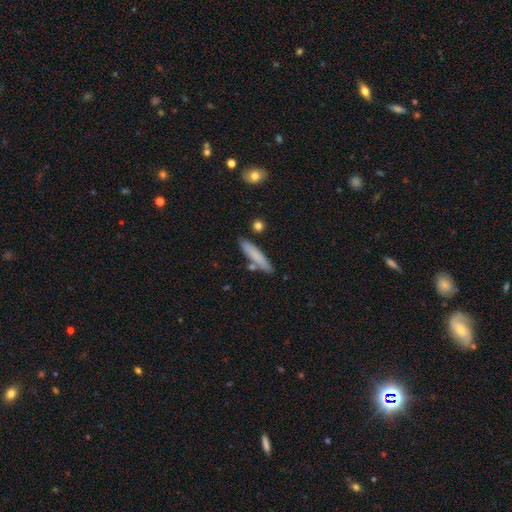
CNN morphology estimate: This appears to be a smooth galaxy with no disk features (75%) that is cigar-shaped (88%). Merging: none (81%).